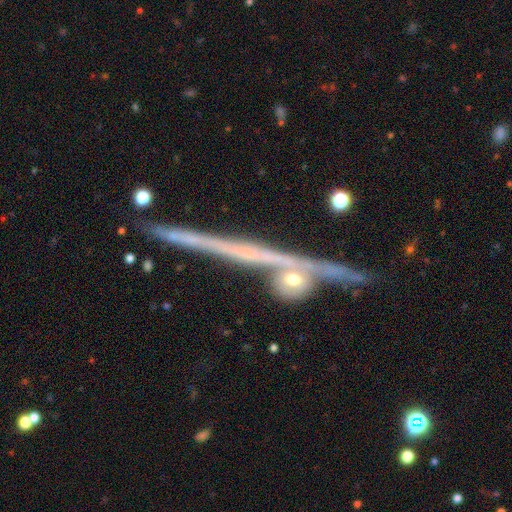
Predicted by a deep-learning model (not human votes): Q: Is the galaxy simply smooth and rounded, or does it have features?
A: featured or disk — 72%.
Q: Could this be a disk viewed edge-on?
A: yes — 94%.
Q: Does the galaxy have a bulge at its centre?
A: none — 69%.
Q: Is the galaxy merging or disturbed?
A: none — 71%.